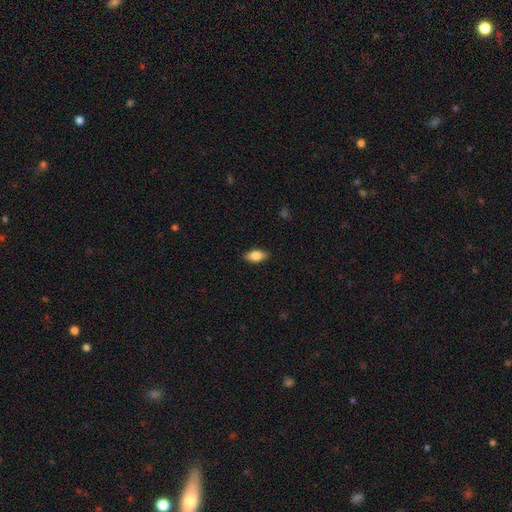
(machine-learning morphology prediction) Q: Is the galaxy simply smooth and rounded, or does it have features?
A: smooth — 84%.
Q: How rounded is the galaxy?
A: in between — 90%.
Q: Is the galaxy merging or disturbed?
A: none — 88%.